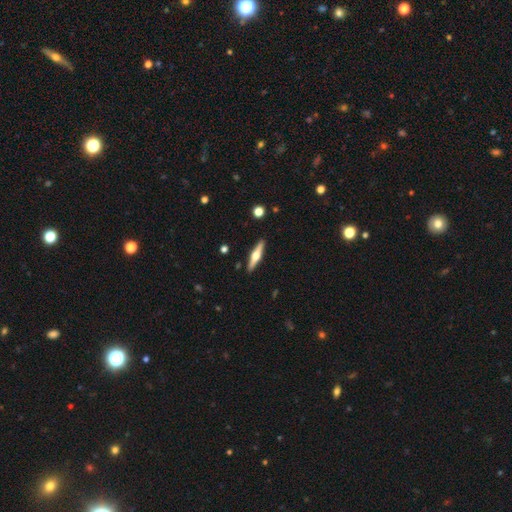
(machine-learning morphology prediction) This appears to be a featured or disk galaxy (63%) viewed edge-on (96%) with a rounded central bulge (94%). Merging: none (91%).